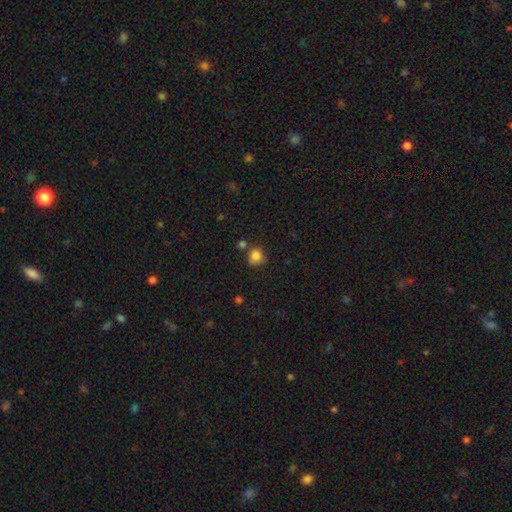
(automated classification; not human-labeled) A smooth galaxy with no disk features (83%) that is round (81%). Merging: none (64%).